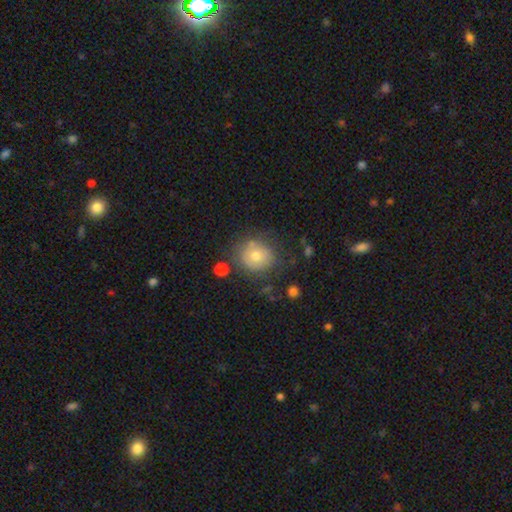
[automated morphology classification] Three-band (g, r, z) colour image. It shows a smooth galaxy with no disk features (69%) that is round (82%). Merging: none (73%).